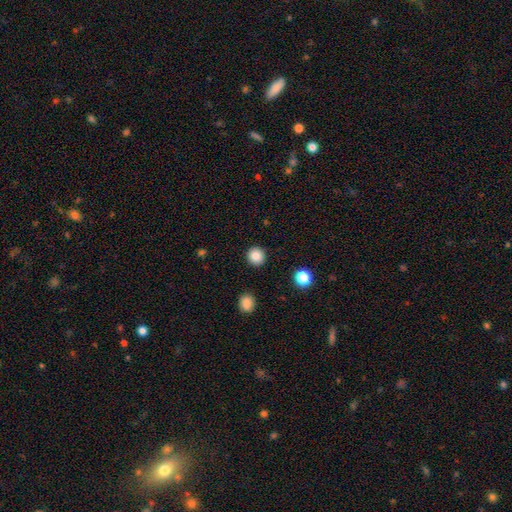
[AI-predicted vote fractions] Q: Smooth or featured?
A: smooth (86%); runner-up: star or artifact (10%)
Q: How rounded?
A: round (93%); runner-up: in between (6%)
Q: Merging?
A: none (92%); runner-up: minor disturbance (5%)